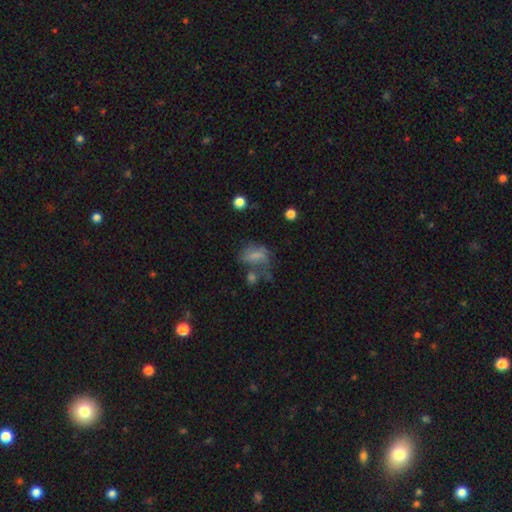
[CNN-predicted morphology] Q: Smooth or featured?
A: smooth (57%); runner-up: featured or disk (28%)
Q: How rounded?
A: in between (75%); runner-up: round (20%)
Q: Merging?
A: none (31%); tied with: major disturbance (31%)